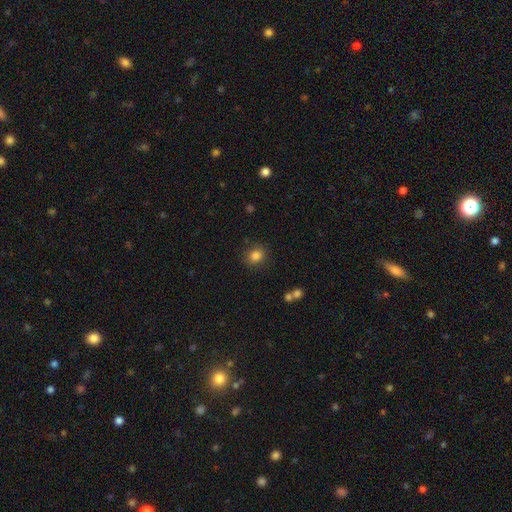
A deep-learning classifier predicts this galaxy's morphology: smooth 83%, star or artifact 11%, featured or disk 5%. Down the decision tree: how rounded — round (75%); merging — none (86%).